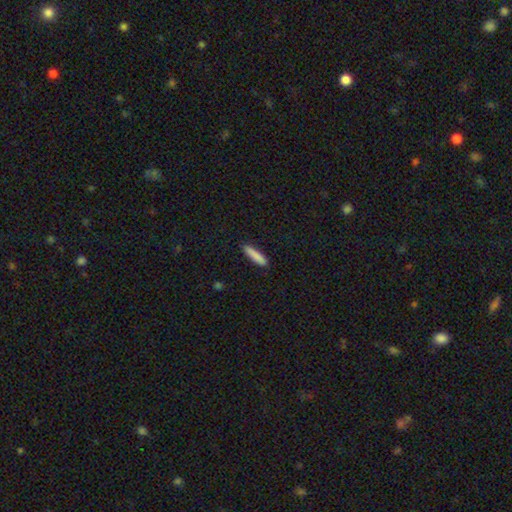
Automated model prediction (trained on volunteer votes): Smooth or featured: smooth — 87% (featured or disk — 7%)
How rounded: cigar-shaped — 86% (in between — 12%)
Merging: none — 90% (minor disturbance — 7%)